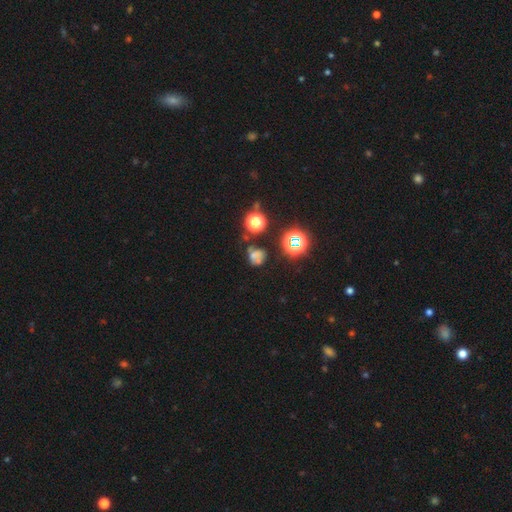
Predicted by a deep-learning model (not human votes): Smooth or featured: smooth — 51% (star or artifact — 30%)
How rounded: round — 68% (in between — 31%)
Merging: none — 47% (minor disturbance — 21%)